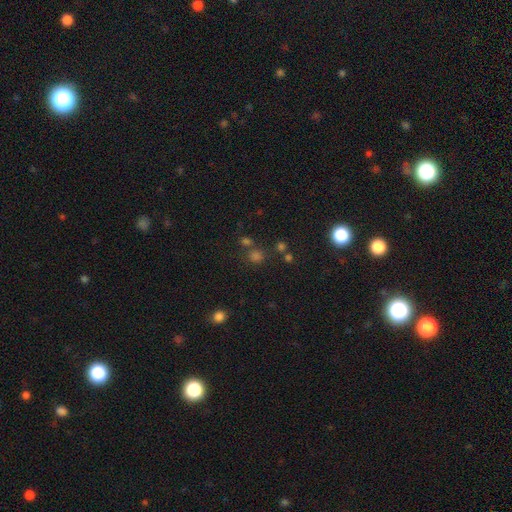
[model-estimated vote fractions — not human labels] smooth-or-featured: smooth: 52% | star or artifact: 40% | featured or disk: 8%
  how-rounded: round: 89% | in between: 10% | cigar-shaped: 1%
  merging: none: 70% | merger: 18% | minor disturbance: 8% | major disturbance: 4%